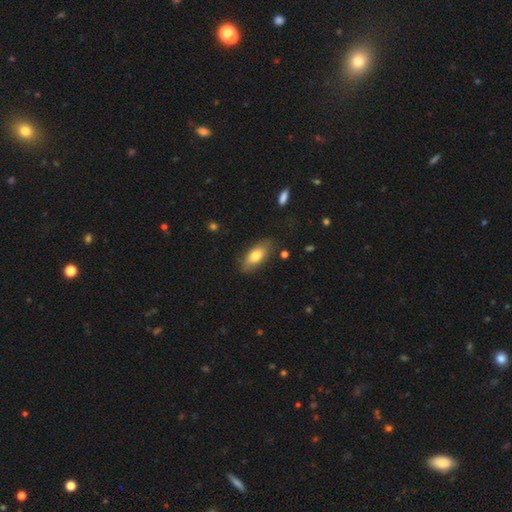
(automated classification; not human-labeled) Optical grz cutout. It shows a smooth galaxy with no disk features (76%) that is in between round and cigar-shaped (83%). Merging: none (80%).